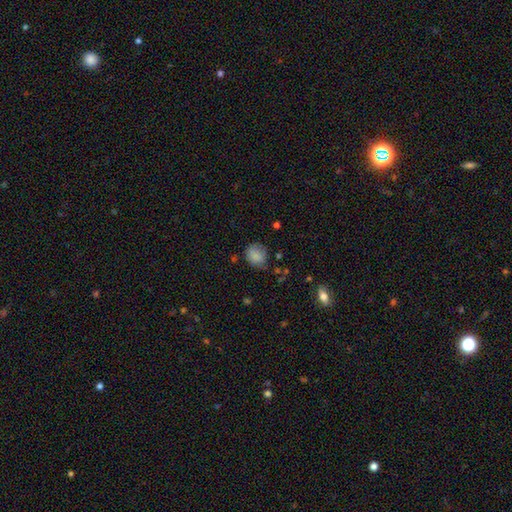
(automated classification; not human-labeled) Smooth or featured?
  - smooth: 83% *
  - star or artifact: 10%
  - featured or disk: 8%
How rounded?
  - round: 66% *
  - in between: 33%
  - cigar-shaped: 1%
Merging?
  - none: 68% *
  - minor disturbance: 23%
  - major disturbance: 7%
  - merger: 2%